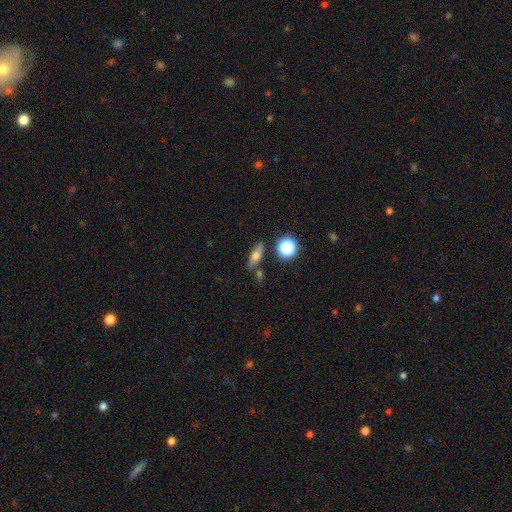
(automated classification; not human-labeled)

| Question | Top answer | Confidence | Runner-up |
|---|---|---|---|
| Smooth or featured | smooth | 60% | featured or disk (28%) |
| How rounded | in between | 51% | cigar-shaped (35%) |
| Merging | none | 75% | minor disturbance (13%) |